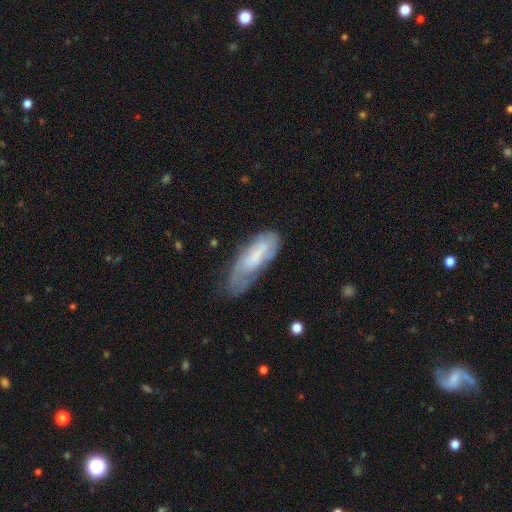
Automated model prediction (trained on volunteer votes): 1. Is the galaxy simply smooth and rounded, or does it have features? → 48% smooth, 44% featured or disk, 8% star or artifact.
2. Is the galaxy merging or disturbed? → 47% none, 33% minor disturbance, 18% major disturbance, 3% merger.